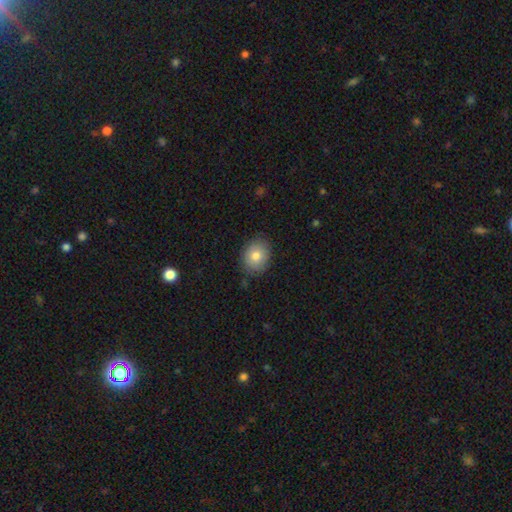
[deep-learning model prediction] Smooth or featured?
  - smooth: 80% *
  - featured or disk: 12%
  - star or artifact: 9%
How rounded?
  - round: 52% *
  - in between: 47%
  - cigar-shaped: 1%
Merging?
  - none: 83% *
  - minor disturbance: 13%
  - major disturbance: 3%
  - merger: 1%